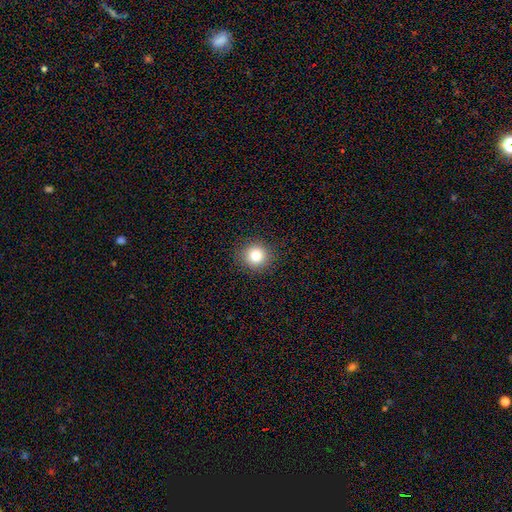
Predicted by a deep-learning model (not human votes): Morphology: type=smooth (80%); roundness=round (92%); merging=none (91%).